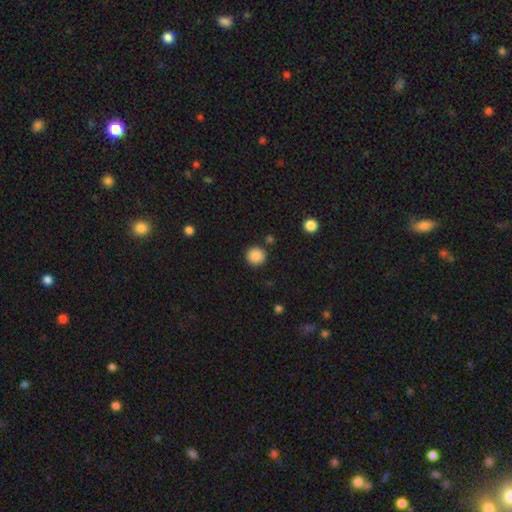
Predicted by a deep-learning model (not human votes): The model was most divided on "smooth or featured": smooth: 87%, star or artifact: 9%, featured or disk: 4%. More confident: how rounded — round (94%); merging — none (89%).